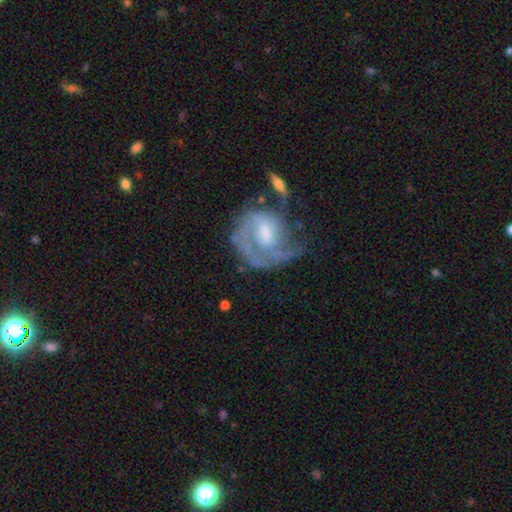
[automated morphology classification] Overall: featured or disk (80%). Edge-on disk: no (98%). Bar: weak (50%; no 38%). Spiral arms: yes (89%). Spiral arm count: 1 (46%; 2 26%). Spiral winding: tight (46%; medium 36%). Bulge size: moderate (45%; small 30%). Merging: none (41%; major disturbance 29%).